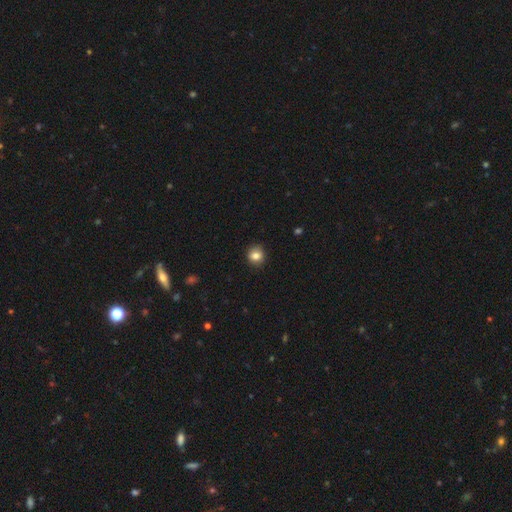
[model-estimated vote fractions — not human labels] Morphology: type=smooth (82%); roundness=round (82%); merging=none (87%).